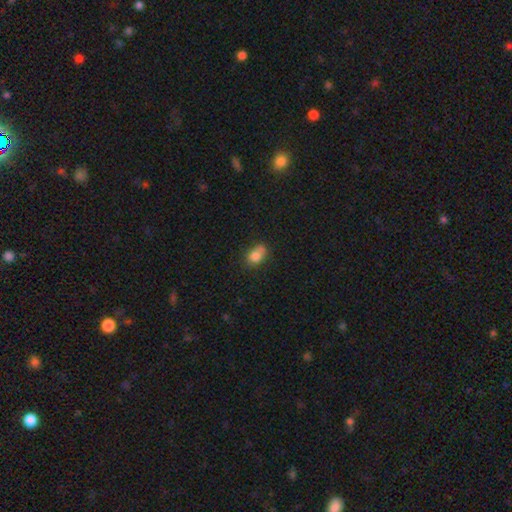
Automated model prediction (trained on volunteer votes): Smooth or featured? Predicted: smooth (p=0.79). How rounded? Predicted: in between (p=0.64). Merging? Predicted: none (p=0.51).